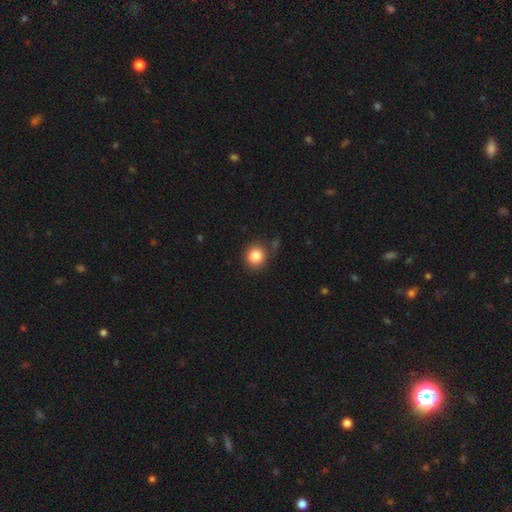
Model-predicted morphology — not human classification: smooth_or_featured: smooth (p=0.85) [alt: star or artifact p=0.10]
how_rounded: round (p=0.87) [alt: in between p=0.12]
merging: none (p=0.80) [alt: minor disturbance p=0.12]